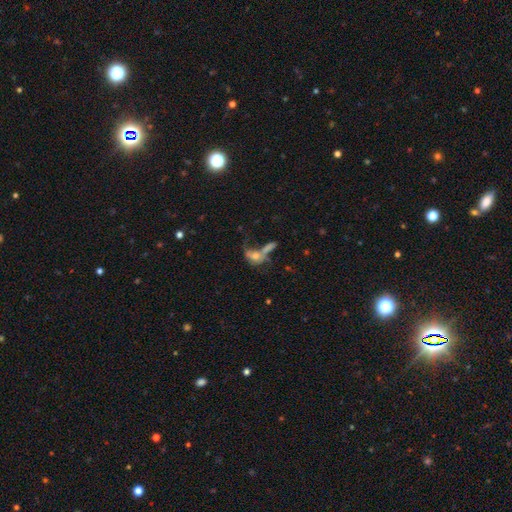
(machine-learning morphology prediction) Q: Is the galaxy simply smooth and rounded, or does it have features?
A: smooth — 45%.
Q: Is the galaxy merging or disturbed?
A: merger — 40%.